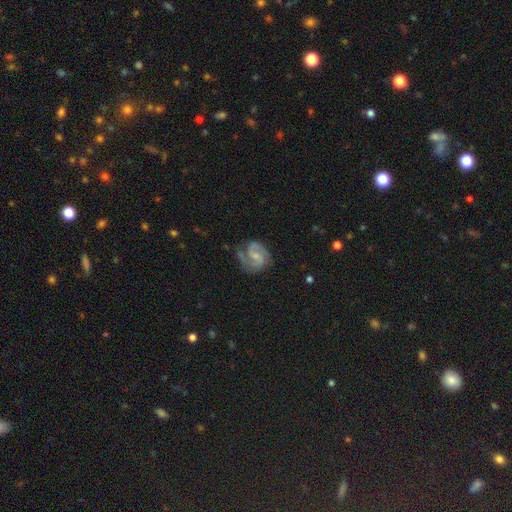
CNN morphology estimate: Smooth or featured?
  - featured or disk: 85% *
  - smooth: 10%
  - star or artifact: 5%
Edge-on disk?
  - no: 98% *
  - yes: 2%
Bar?
  - weak: 50% *
  - no: 36%
  - strong: 14%
Spiral arms?
  - yes: 97% *
  - no: 3%
Spiral winding?
  - medium: 54% *
  - tight: 31%
  - loose: 15%
Spiral arm count?
  - 2: 87% *
  - can't tell: 4%
  - 3: 3%
  - 1: 3%
  - 4: 1%
  - more than 4: 1%
Bulge size?
  - small: 50% *
  - moderate: 32%
  - none: 15%
  - large: 2%
  - dominant: 1%
Merging?
  - none: 70% *
  - minor disturbance: 20%
  - major disturbance: 9%
  - merger: 2%